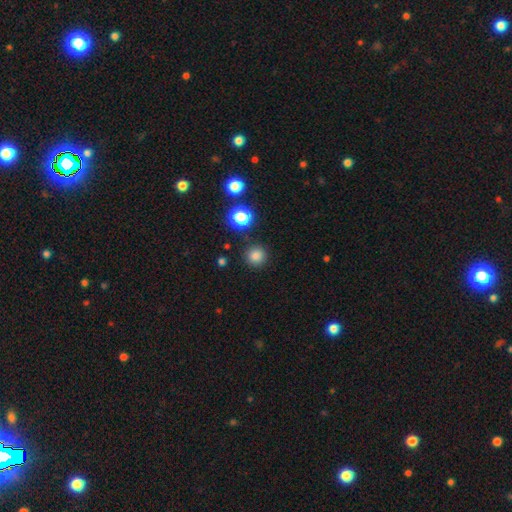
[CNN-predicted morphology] A smooth galaxy with no disk features (81%) that is round (94%).

Vote fractions:
- Smooth or featured? smooth: 81% / star or artifact: 15% / featured or disk: 4%
- How rounded? round: 94% / in between: 5% / cigar-shaped: 1%
- Merging? none: 88% / minor disturbance: 7% / major disturbance: 3% / merger: 2%